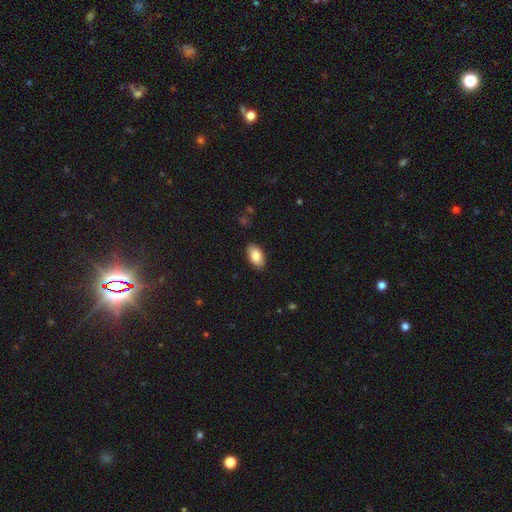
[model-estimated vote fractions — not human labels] Morphology: type=smooth (84%); roundness=in between (94%); merging=none (87%).